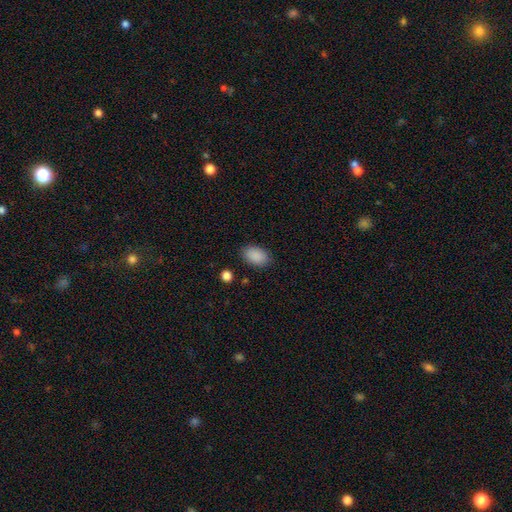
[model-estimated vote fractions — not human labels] Overall: smooth (90%). How rounded: in between (88%). Merging: none (85%).